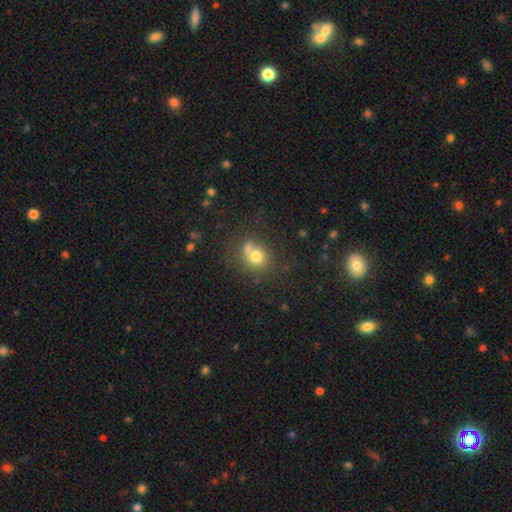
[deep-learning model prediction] A smooth galaxy with no disk features (71%) that is round (78%). Merging: none (51%).